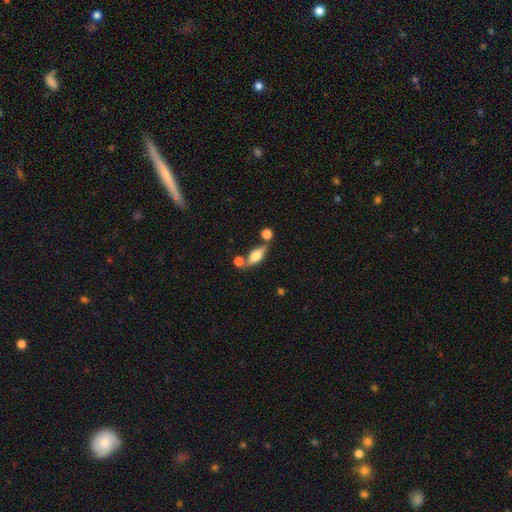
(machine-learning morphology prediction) This is likely a smooth galaxy (62%). How rounded: likely in between (65%). Merging: likely none (61%).